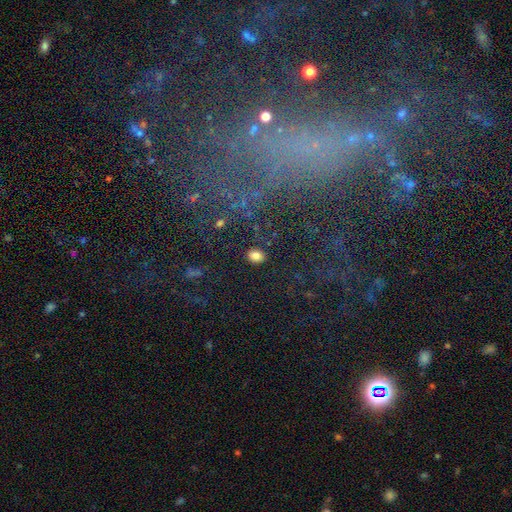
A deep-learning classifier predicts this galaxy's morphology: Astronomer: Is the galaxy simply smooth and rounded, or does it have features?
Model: smooth — 81%.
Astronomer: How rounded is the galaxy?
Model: in between — 56% (runner-up: round, 43%).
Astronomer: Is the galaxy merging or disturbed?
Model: none — 86%.